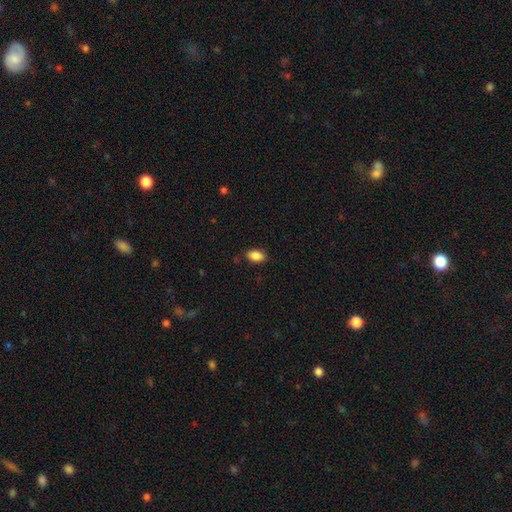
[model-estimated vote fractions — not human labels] Morphology: type=smooth (88%); roundness=in between (90%); merging=none (84%).